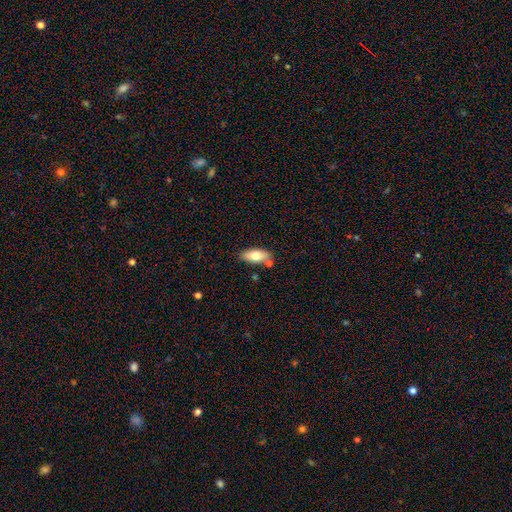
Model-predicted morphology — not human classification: This appears to be a smooth galaxy with no disk features (73%) that is in between round and cigar-shaped (85%). Merging: none (74%).